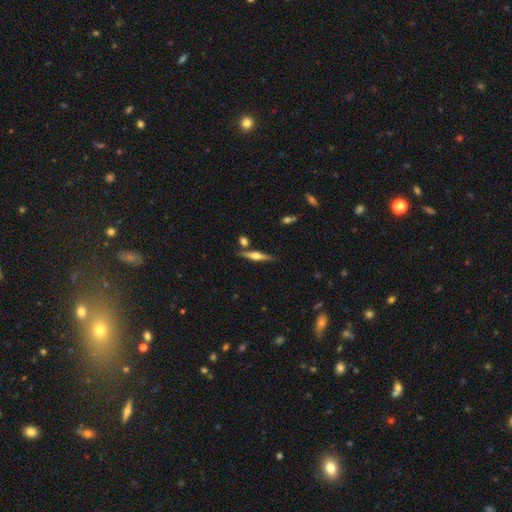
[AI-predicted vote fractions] Smooth or featured: featured or disk — 69% (smooth — 24%)
Edge-on disk: yes — 97% (no — 3%)
Edge-on bulge: rounded — 88% (boxy — 9%)
Merging: none — 80% (minor disturbance — 10%)